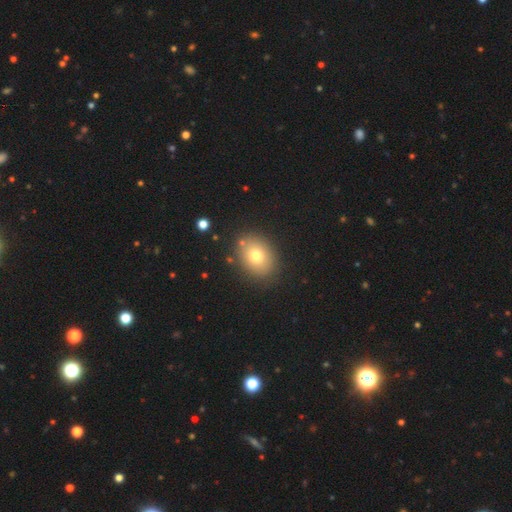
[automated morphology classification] smooth 76%, featured or disk 13%, star or artifact 11%. Down the decision tree: how rounded — in between (63%); merging — none (85%).